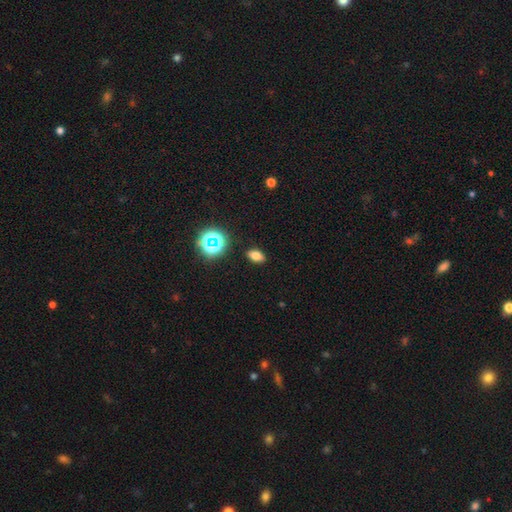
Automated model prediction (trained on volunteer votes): Morphology: type=smooth (72%); roundness=in between (86%); merging=none (89%).